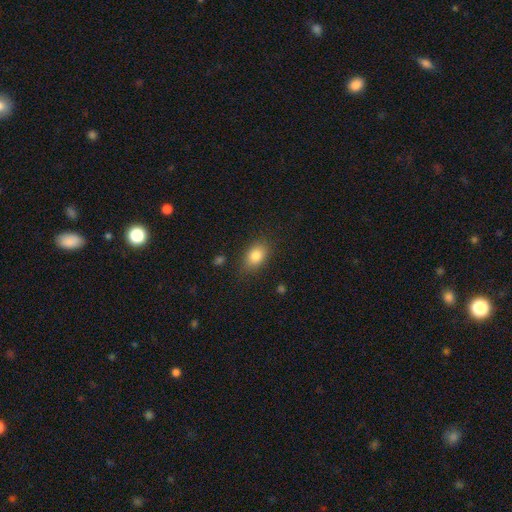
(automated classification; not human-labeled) Smooth or featured?
  - smooth: 83% *
  - star or artifact: 9%
  - featured or disk: 9%
How rounded?
  - in between: 81% *
  - round: 17%
  - cigar-shaped: 2%
Merging?
  - none: 81% *
  - minor disturbance: 13%
  - major disturbance: 4%
  - merger: 2%